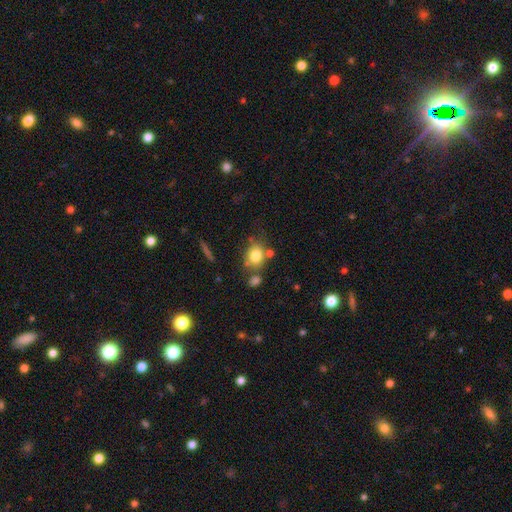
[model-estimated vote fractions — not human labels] Smooth or featured?
  - smooth: 78% *
  - featured or disk: 12%
  - star or artifact: 10%
How rounded?
  - round: 58% *
  - in between: 41%
  - cigar-shaped: 1%
Merging?
  - none: 60% *
  - minor disturbance: 17%
  - merger: 17%
  - major disturbance: 7%